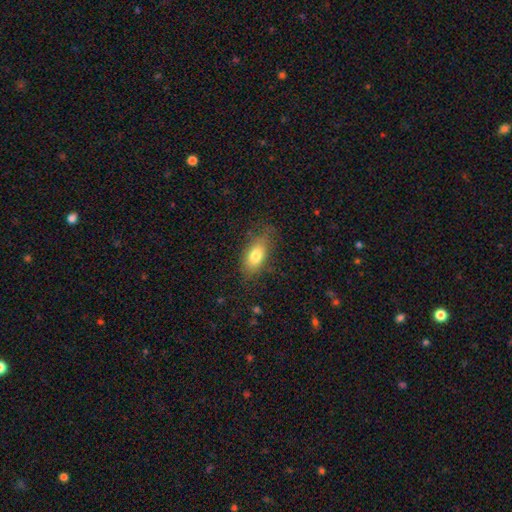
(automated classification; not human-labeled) This appears to be a smooth galaxy with no disk features (77%) that is in between round and cigar-shaped (85%). Merging: none (72%).